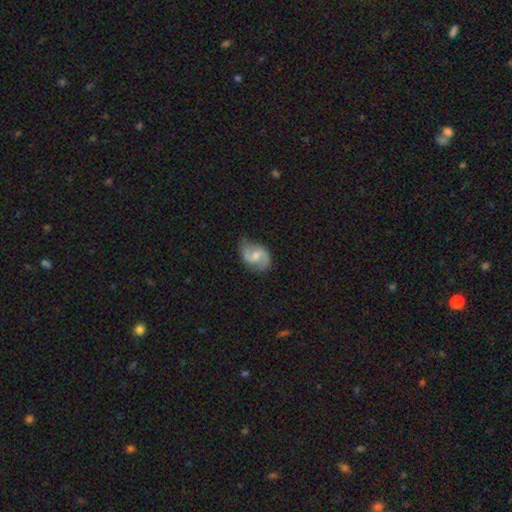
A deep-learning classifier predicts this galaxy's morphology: A featured or disk galaxy (74%) with a weak bar (55%), 2 (90%) loose (47%) spiral arms (94%) and a moderate central bulge (51%).

Vote fractions:
- Smooth or featured? featured or disk: 74% / smooth: 20% / star or artifact: 6%
- Edge-on disk? no: 98% / yes: 2%
- Bar? weak: 55% / no: 33% / strong: 13%
- Spiral arms? yes: 94% / no: 6%
- Spiral winding? loose: 47% / medium: 41% / tight: 12%
- Spiral arm count? 2: 90% / can't tell: 4% / 1: 3% / 3: 1% / 4: 1% / more than 4: 1%
- Bulge size? moderate: 51% / small: 38% / none: 7% / large: 3% / dominant: 1%
- Merging? none: 71% / minor disturbance: 21% / major disturbance: 6% / merger: 1%